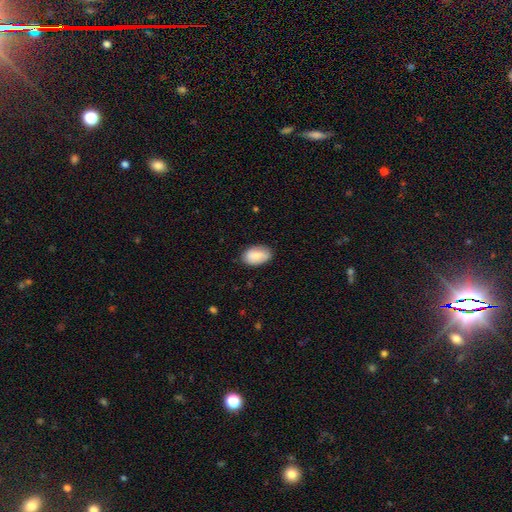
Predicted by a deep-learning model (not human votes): Smooth or featured? Predicted: smooth (p=0.78). How rounded? Predicted: in between (p=0.92). Merging? Predicted: none (p=0.83).